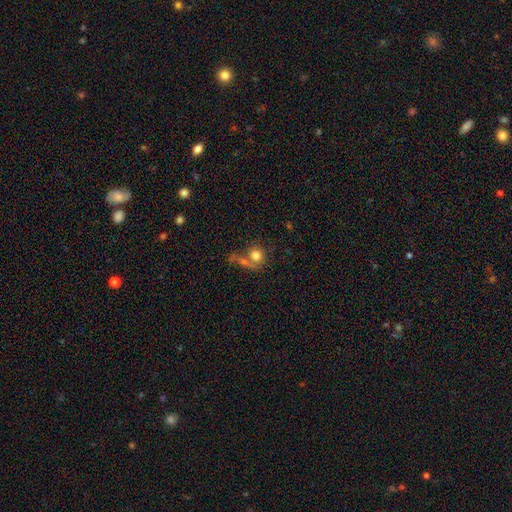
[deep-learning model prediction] Q: Smooth or featured?
A: smooth (75%); runner-up: featured or disk (14%)
Q: How rounded?
A: round (80%); runner-up: in between (18%)
Q: Merging?
A: none (42%); runner-up: merger (33%)